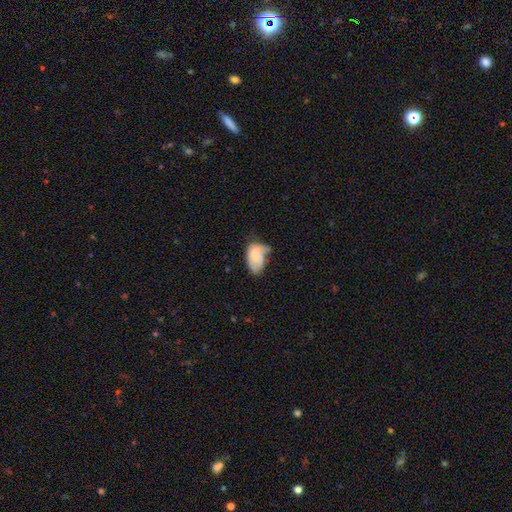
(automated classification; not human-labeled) smooth_or_featured: smooth (p=0.75) [alt: featured or disk p=0.18]
how_rounded: in between (p=0.91) [alt: round p=0.07]
merging: minor disturbance (p=0.42) [alt: none p=0.30]